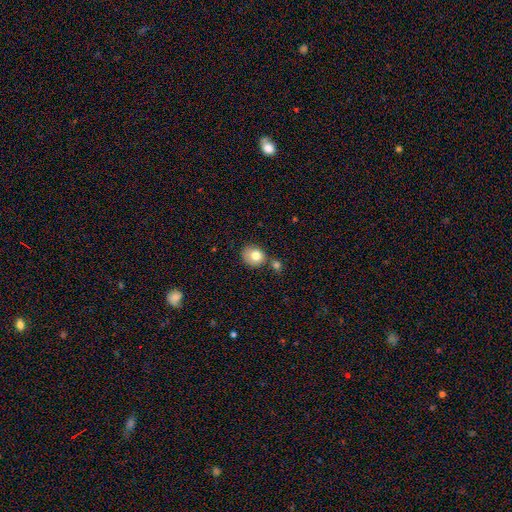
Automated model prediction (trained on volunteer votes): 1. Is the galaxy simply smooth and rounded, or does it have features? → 79% smooth, 12% featured or disk, 9% star or artifact.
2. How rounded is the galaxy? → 67% round, 32% in between, 1% cigar-shaped.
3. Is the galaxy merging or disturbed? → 54% none, 23% merger, 17% minor disturbance, 5% major disturbance.